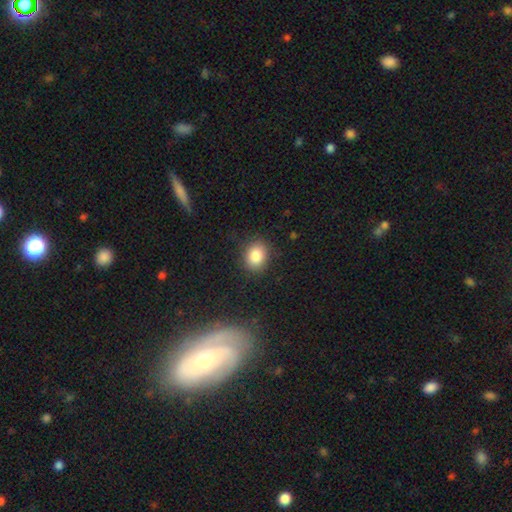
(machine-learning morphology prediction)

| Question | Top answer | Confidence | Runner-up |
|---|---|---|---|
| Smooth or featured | smooth | 84% | star or artifact (10%) |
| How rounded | round | 57% | in between (42%) |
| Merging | none | 85% | minor disturbance (11%) |